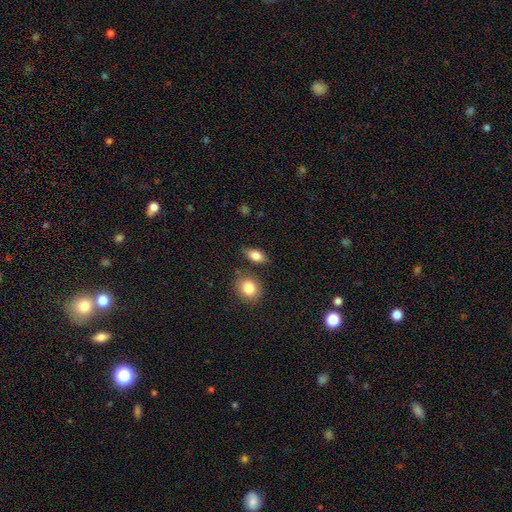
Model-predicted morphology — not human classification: smooth-or-featured: smooth: 83% | featured or disk: 9% | star or artifact: 7%
  how-rounded: in between: 83% | round: 11% | cigar-shaped: 7%
  merging: none: 77% | minor disturbance: 13% | merger: 6% | major disturbance: 3%